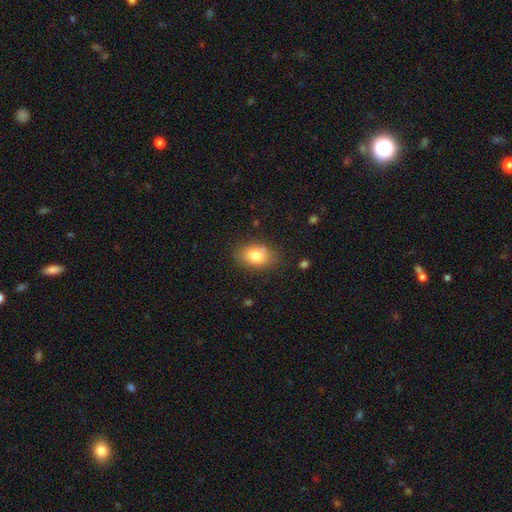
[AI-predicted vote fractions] Smooth or featured: smooth — 80% (featured or disk — 12%)
How rounded: in between — 78% (round — 21%)
Merging: none — 76% (minor disturbance — 17%)